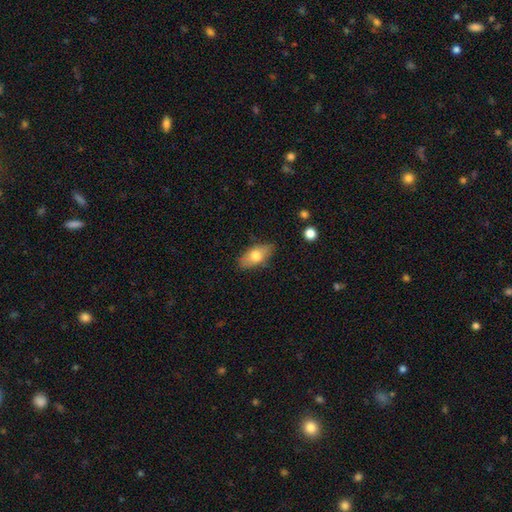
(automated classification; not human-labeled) Smooth or featured?
  - smooth: 71% *
  - featured or disk: 23%
  - star or artifact: 7%
How rounded?
  - in between: 86% *
  - cigar-shaped: 9%
  - round: 5%
Merging?
  - none: 81% *
  - minor disturbance: 14%
  - major disturbance: 3%
  - merger: 2%